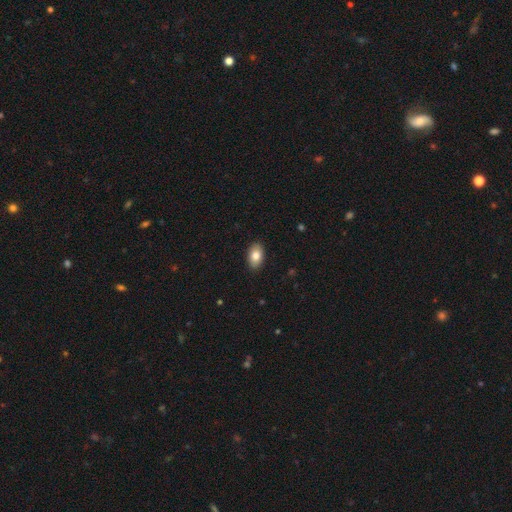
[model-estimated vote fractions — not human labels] A smooth galaxy with no disk features (83%) that is in between round and cigar-shaped (91%).

Vote fractions:
- Smooth or featured? smooth: 83% / featured or disk: 10% / star or artifact: 7%
- How rounded? in between: 91% / round: 7% / cigar-shaped: 1%
- Merging? none: 89% / minor disturbance: 8% / major disturbance: 2% / merger: 1%